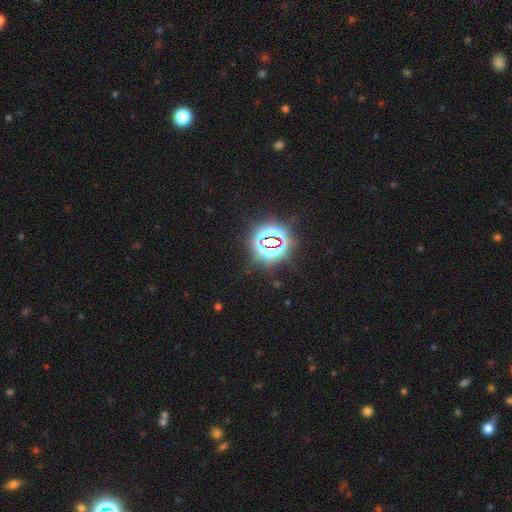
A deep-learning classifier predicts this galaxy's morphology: A star or artifact, not a galaxy (83%).